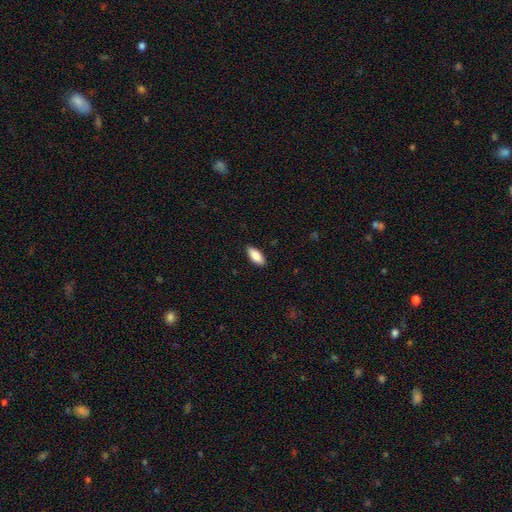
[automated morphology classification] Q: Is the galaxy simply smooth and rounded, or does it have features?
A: smooth — 87%.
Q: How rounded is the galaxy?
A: in between — 86%.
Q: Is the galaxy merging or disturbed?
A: none — 88%.